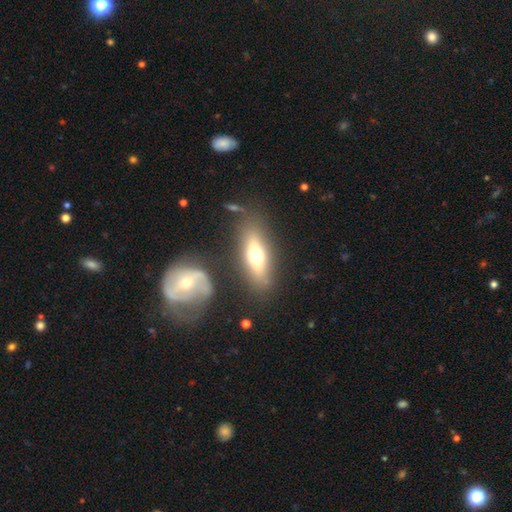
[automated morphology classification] smooth 54%, featured or disk 39%, star or artifact 8%. Down the decision tree: how rounded — in between (55%); merging — none (79%).